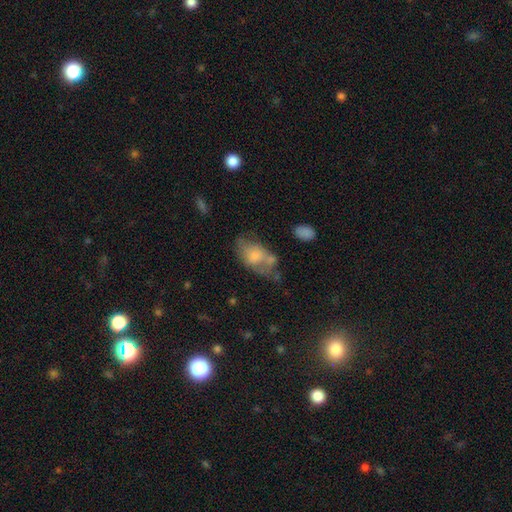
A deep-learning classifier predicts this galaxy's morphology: Smooth or featured? Predicted: smooth (p=0.59). How rounded? Predicted: in between (p=0.89). Merging? Predicted: none (p=0.34).